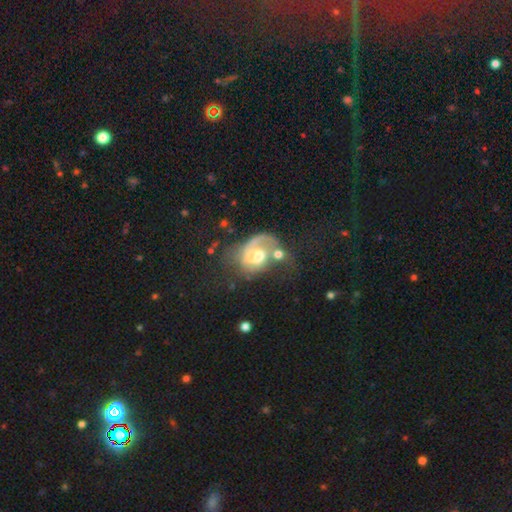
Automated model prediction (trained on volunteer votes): smooth-or-featured: featured or disk: 59% | smooth: 31% | star or artifact: 10%
  disk-edge-on: no: 97% | yes: 3%
    bar: no: 66% | weak: 27% | strong: 7%
    has-spiral-arms: yes: 59% | no: 41%
    bulge-size: moderate: 49% | large: 29% | small: 12% | none: 6% | dominant: 4%
  merging: merger: 34% | major disturbance: 33% | none: 20% | minor disturbance: 13%